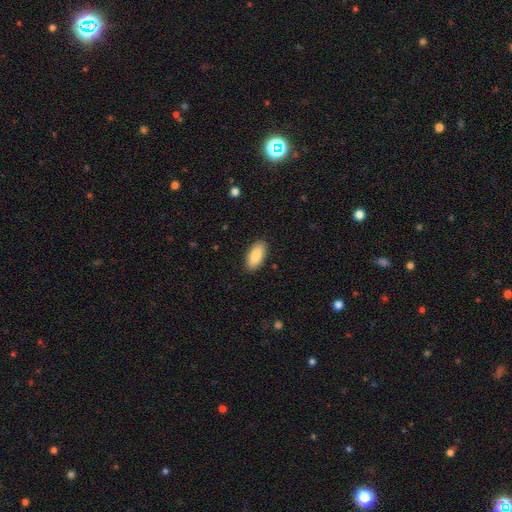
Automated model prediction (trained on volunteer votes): smooth_or_featured: smooth (p=0.88) [alt: star or artifact p=0.06]
how_rounded: in between (p=0.90) [alt: cigar-shaped p=0.08]
merging: none (p=0.89) [alt: minor disturbance p=0.08]